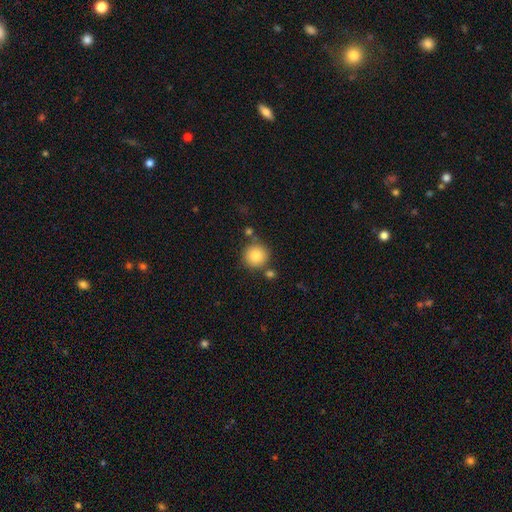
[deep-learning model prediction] smooth 83%, star or artifact 9%, featured or disk 8%. Down the decision tree: how rounded — round (94%); merging — none (77%).